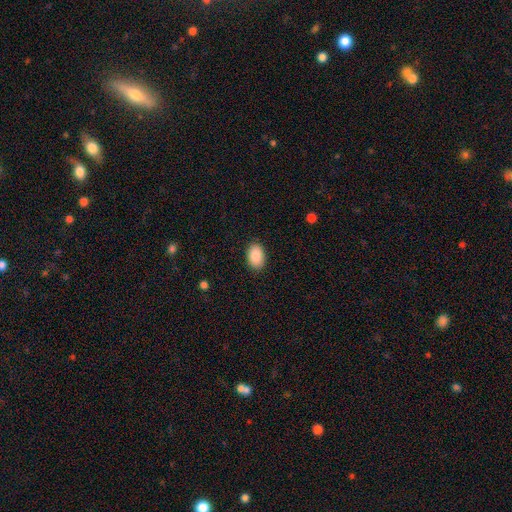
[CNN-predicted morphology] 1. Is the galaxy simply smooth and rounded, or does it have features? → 89% smooth, 7% star or artifact, 4% featured or disk.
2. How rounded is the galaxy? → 89% in between, 10% round, 1% cigar-shaped.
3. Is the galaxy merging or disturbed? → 89% none, 8% minor disturbance, 2% major disturbance, 1% merger.